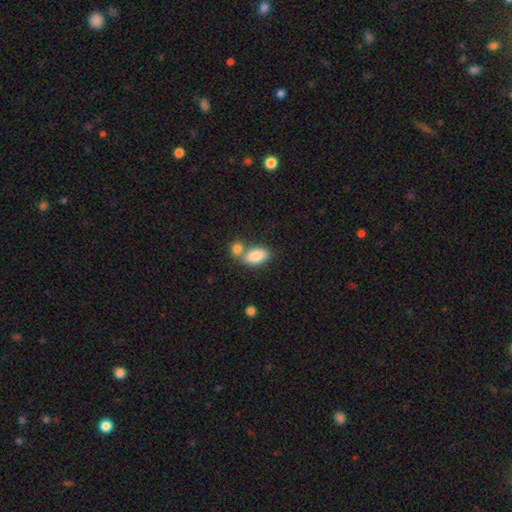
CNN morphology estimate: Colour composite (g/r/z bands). It shows a smooth galaxy with no disk features (85%) that is in between round and cigar-shaped (91%). Merging: none (45%).